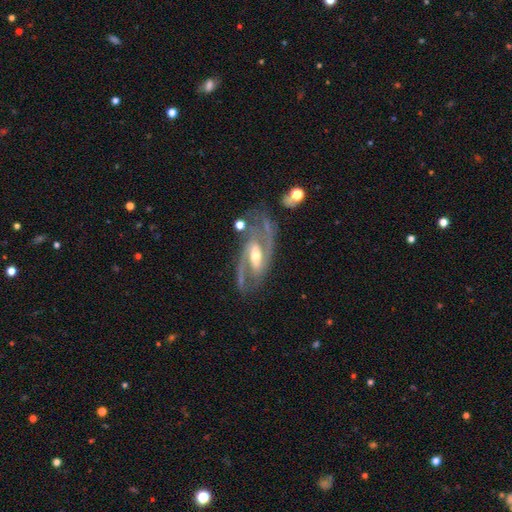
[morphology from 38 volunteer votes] Volunteers were most divided on "bar": strong: 47%, weak: 42%, no: 11%. More confident: edge-on disk — no (100%); spiral arms — yes (97%); smooth or featured — featured or disk (95%); spiral arm count — 2 (94%); spiral winding — medium (77%); bulge size — moderate (64%); merging — none (58%).